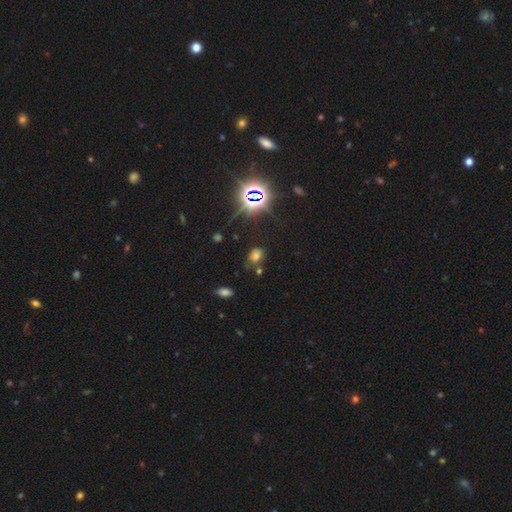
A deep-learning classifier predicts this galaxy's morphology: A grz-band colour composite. It shows a smooth galaxy with no disk features (57%) that is in between round and cigar-shaped (64%). Merging: none (68%).